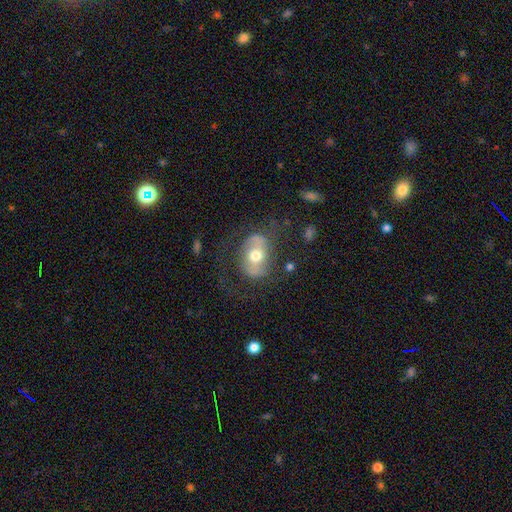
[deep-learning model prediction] A featured or disk galaxy (56%) with no bar (42%), spiral arms (64%) and a moderate central bulge (72%).

Vote fractions:
- Smooth or featured? featured or disk: 56% / smooth: 37% / star or artifact: 7%
- Edge-on disk? no: 94% / yes: 6%
- Bar? no: 42% / weak: 33% / strong: 25%
- Spiral arms? yes: 64% / no: 36%
- Bulge size? moderate: 72% / large: 15% / small: 10% / dominant: 2% / none: 1%
- Merging? none: 62% / minor disturbance: 18% / major disturbance: 17% / merger: 2%